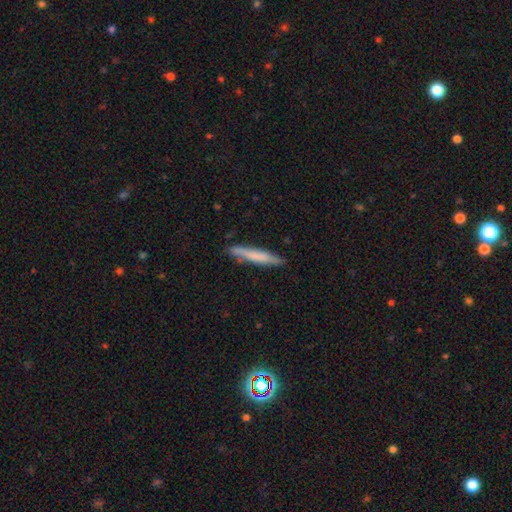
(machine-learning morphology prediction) The model was most divided on "smooth or featured": smooth: 66%, featured or disk: 28%, star or artifact: 5%. More confident: how rounded — cigar-shaped (94%); merging — none (82%).